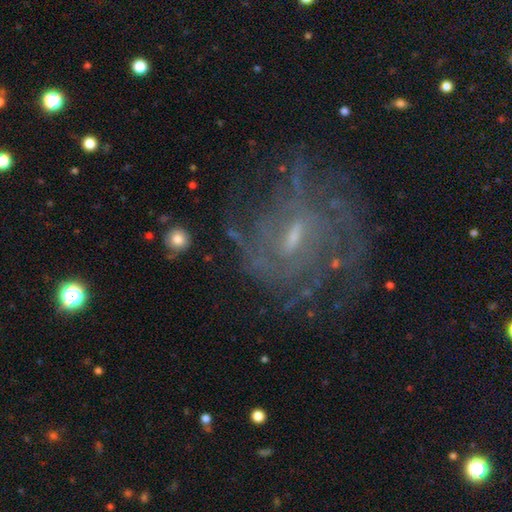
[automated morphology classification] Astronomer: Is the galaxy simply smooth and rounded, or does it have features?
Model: featured or disk — 79%.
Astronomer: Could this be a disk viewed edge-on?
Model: no — 96%.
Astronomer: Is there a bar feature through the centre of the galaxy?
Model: weak — 59%.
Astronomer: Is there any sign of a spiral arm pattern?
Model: yes — 86%.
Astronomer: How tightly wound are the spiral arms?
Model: tight — 51% (runner-up: medium, 35%).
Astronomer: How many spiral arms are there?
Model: can't tell — 53%.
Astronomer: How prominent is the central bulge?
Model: small — 58%.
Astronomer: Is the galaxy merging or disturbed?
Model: none — 65%.